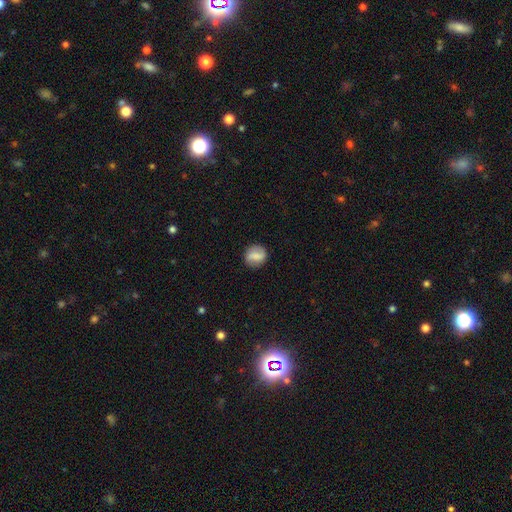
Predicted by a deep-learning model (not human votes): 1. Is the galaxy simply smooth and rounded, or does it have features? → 53% smooth, 39% featured or disk, 8% star or artifact.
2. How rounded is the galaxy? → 78% round, 20% in between, 2% cigar-shaped.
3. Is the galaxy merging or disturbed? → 83% none, 12% minor disturbance, 4% major disturbance, 1% merger.